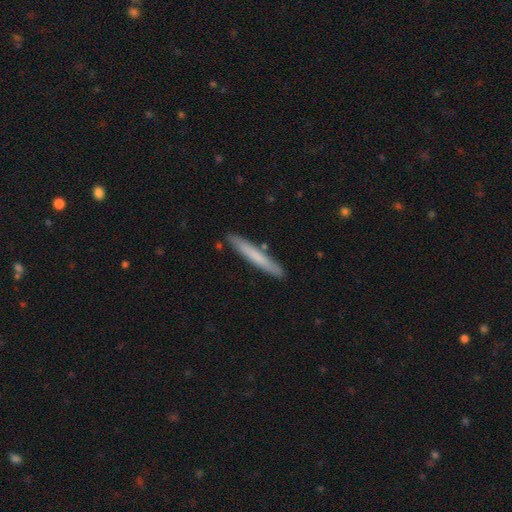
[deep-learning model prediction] Q: Smooth or featured?
A: smooth (68%); runner-up: featured or disk (26%)
Q: How rounded?
A: cigar-shaped (96%); runner-up: in between (3%)
Q: Merging?
A: none (87%); runner-up: minor disturbance (9%)